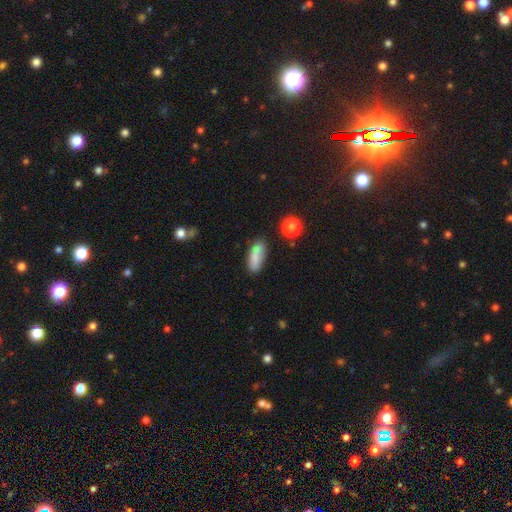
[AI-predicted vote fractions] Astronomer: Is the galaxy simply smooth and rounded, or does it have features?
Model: smooth — 79%.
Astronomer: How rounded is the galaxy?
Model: in between — 72%.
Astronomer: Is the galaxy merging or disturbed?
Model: none — 70%.